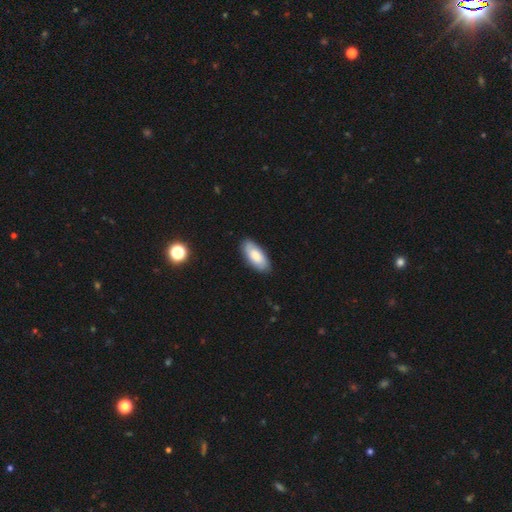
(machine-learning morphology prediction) type=smooth (74%); roundness=in between (89%); merging=none (85%).